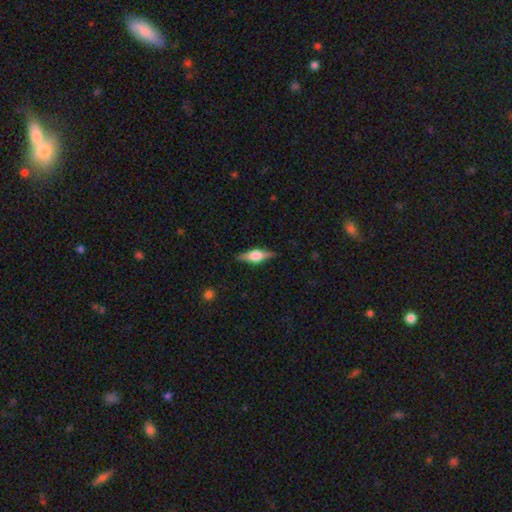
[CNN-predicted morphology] Overall: featured or disk (66%; smooth 27%). Edge-on disk: yes (96%). Edge-on bulge: rounded (89%). Merging: none (87%).